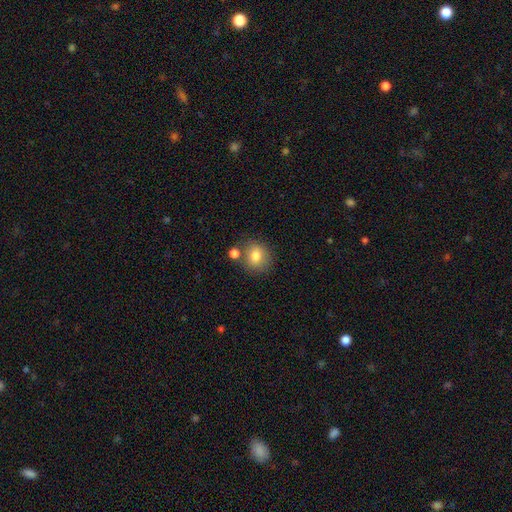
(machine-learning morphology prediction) Smooth or featured? smooth (80%)
How rounded? round (79%)
Merging? none (69%)